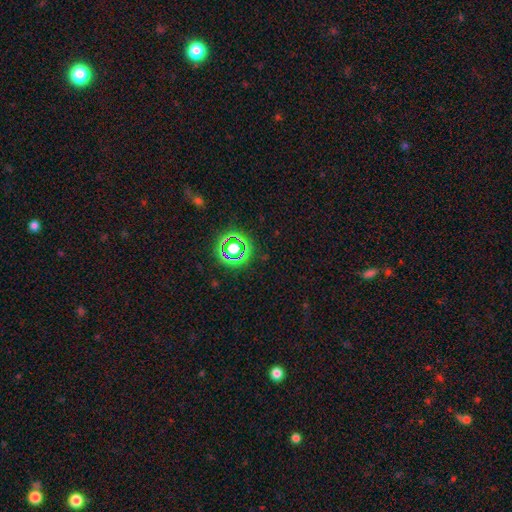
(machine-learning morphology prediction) The model was most divided on "smooth or featured": star or artifact: 70%, smooth: 23%, featured or disk: 7%.